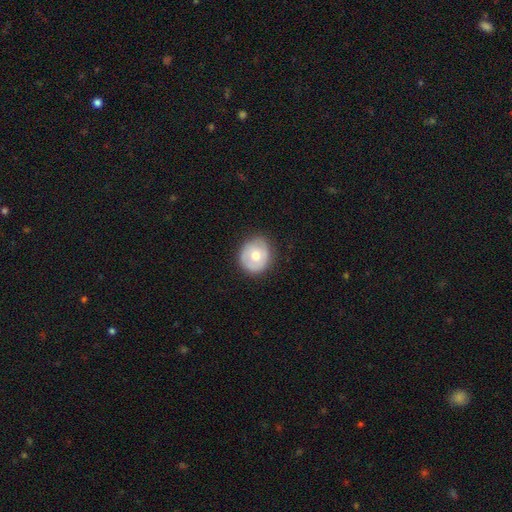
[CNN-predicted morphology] Overall: smooth (60%; featured or disk 33%). How rounded: round (81%). Merging: none (81%).